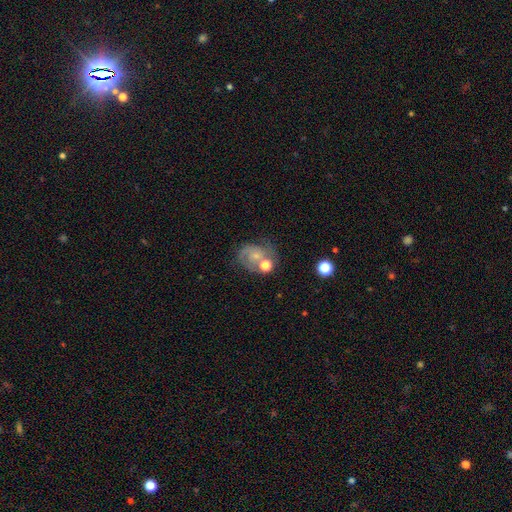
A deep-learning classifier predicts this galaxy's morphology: A featured or disk galaxy (61%) with no bar (71%), spiral arms (84%) and a small central bulge (57%).

Vote fractions:
- Smooth or featured? featured or disk: 61% / smooth: 27% / star or artifact: 12%
- Edge-on disk? no: 98% / yes: 2%
- Bar? no: 71% / weak: 25% / strong: 4%
- Spiral arms? yes: 84% / no: 16%
- Bulge size? small: 57% / moderate: 27% / none: 11% / large: 3% / dominant: 1%
- Merging? none: 47% / minor disturbance: 20% / merger: 17% / major disturbance: 16%